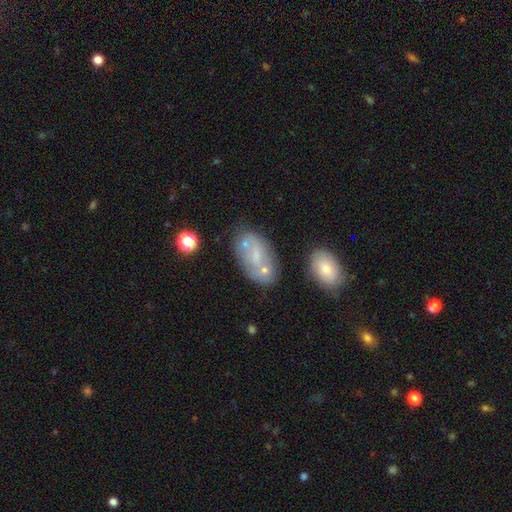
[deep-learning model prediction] Smooth or featured? Predicted: smooth (p=0.54). How rounded? Predicted: in between (p=0.90). Merging? Predicted: none (p=0.50).